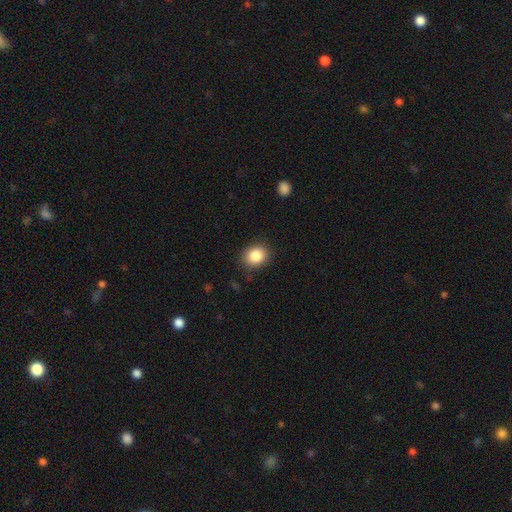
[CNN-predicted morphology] Smooth or featured: smooth — 86% (star or artifact — 9%)
How rounded: round — 62% (in between — 37%)
Merging: none — 85% (minor disturbance — 11%)